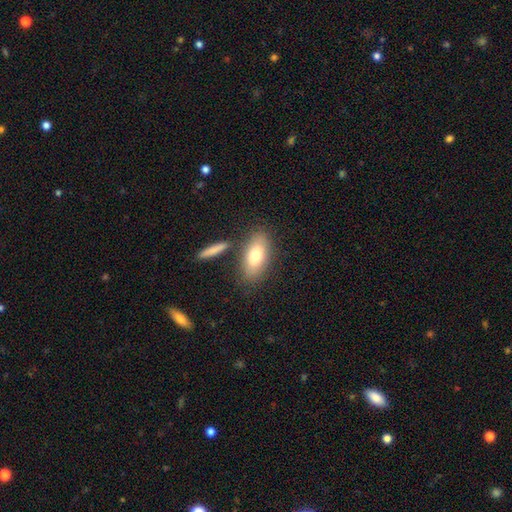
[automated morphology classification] smooth-or-featured: smooth: 75% | featured or disk: 18% | star or artifact: 8%
  how-rounded: in between: 85% | cigar-shaped: 11% | round: 4%
  merging: none: 75% | minor disturbance: 12% | merger: 10% | major disturbance: 4%